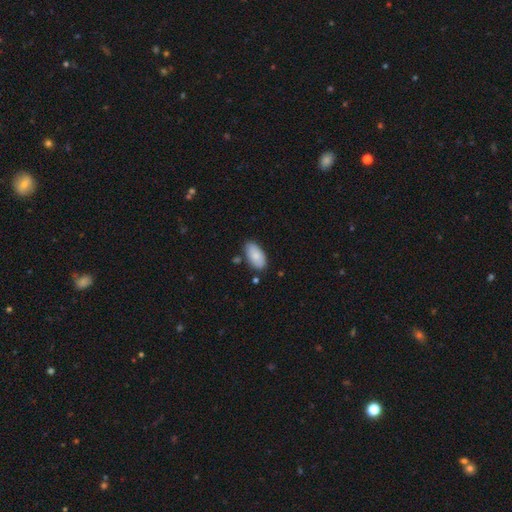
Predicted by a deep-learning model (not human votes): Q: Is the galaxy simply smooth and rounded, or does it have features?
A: smooth — 84%.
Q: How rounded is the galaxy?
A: in between — 94%.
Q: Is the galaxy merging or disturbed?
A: none — 78%.